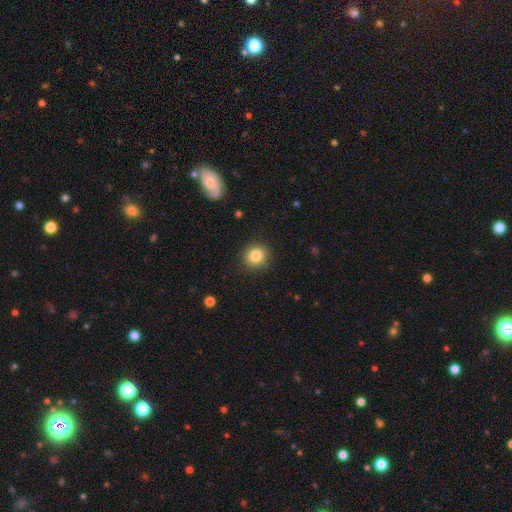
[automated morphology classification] Smooth or featured? smooth (84%)
How rounded? round (89%)
Merging? none (90%)